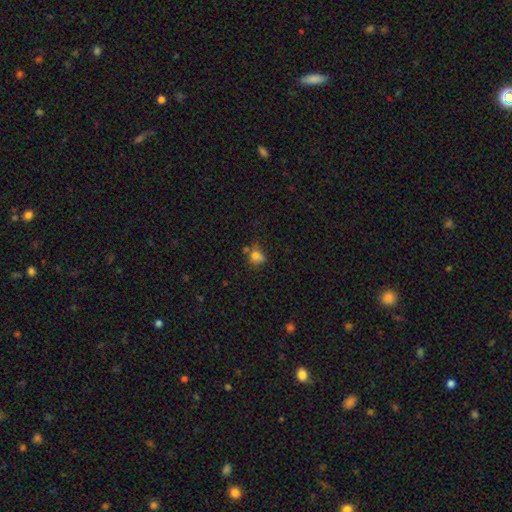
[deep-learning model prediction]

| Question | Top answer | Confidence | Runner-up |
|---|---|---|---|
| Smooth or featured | smooth | 76% | star or artifact (14%) |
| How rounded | round | 58% | in between (40%) |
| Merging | none | 48% | minor disturbance (25%) |